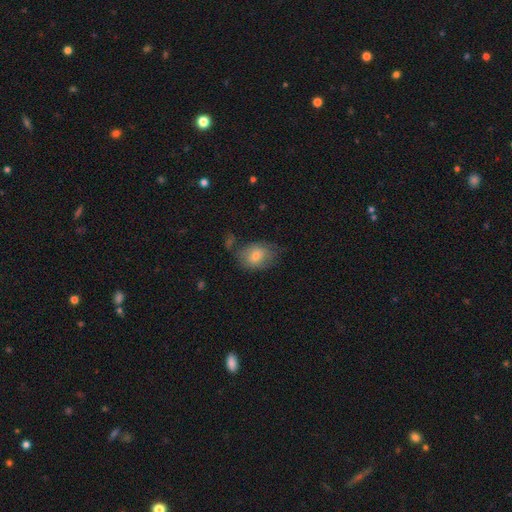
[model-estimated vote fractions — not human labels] smooth-or-featured: smooth: 72% | featured or disk: 20% | star or artifact: 7%
  how-rounded: in between: 66% | round: 32% | cigar-shaped: 1%
  merging: none: 51% | minor disturbance: 29% | major disturbance: 13% | merger: 7%